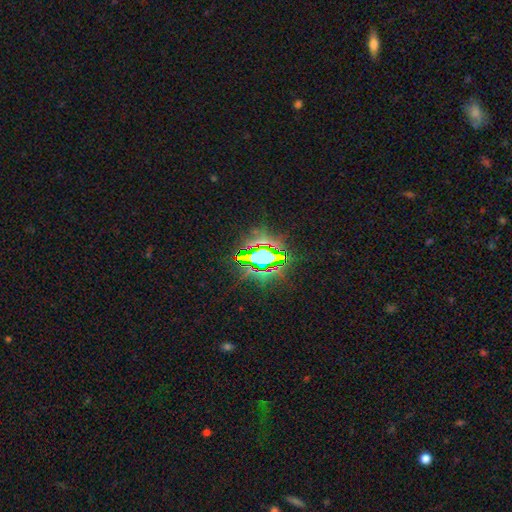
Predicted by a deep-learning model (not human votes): smooth-or-featured: star or artifact: 72% | smooth: 15% | featured or disk: 13%